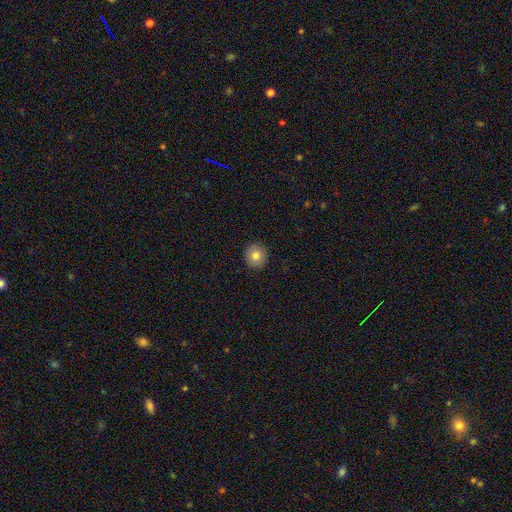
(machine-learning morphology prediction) A smooth galaxy with no disk features (81%) that is round (90%). Merging: none (91%).